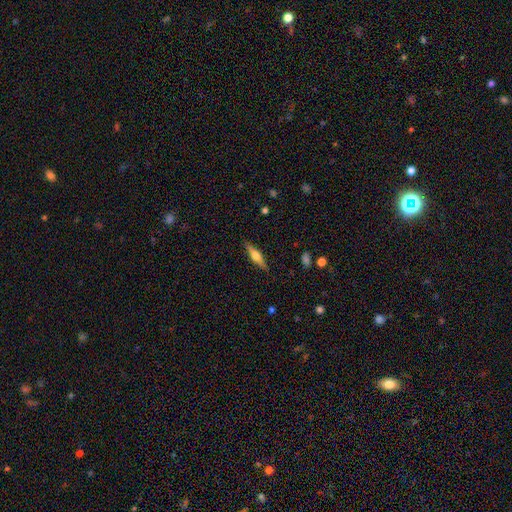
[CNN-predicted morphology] featured or disk 56%, smooth 38%, star or artifact 6%. Down the decision tree: edge-on disk — yes (95%); edge-on bulge — rounded (90%); merging — none (88%).